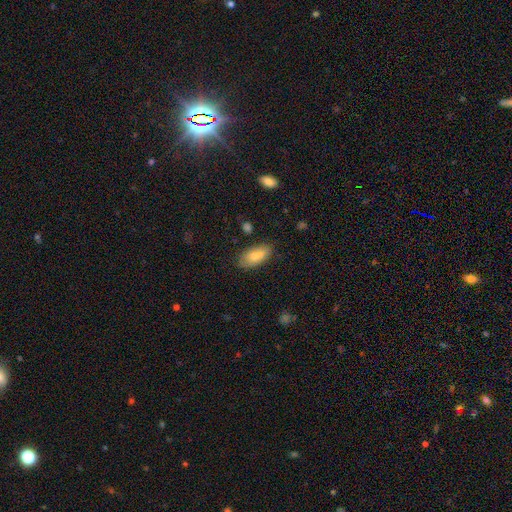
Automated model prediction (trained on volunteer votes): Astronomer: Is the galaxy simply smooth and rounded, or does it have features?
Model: smooth — 74%.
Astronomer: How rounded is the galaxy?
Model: in between — 90%.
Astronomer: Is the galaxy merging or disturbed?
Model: none — 64%.